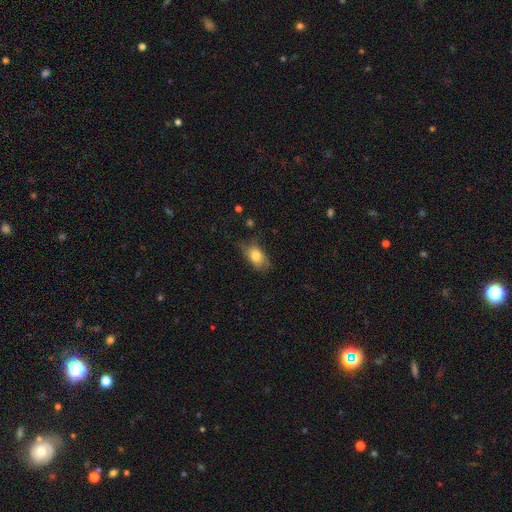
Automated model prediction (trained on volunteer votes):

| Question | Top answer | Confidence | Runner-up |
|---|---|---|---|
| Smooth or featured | smooth | 78% | featured or disk (14%) |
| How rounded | in between | 85% | round (11%) |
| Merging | none | 64% | minor disturbance (27%) |